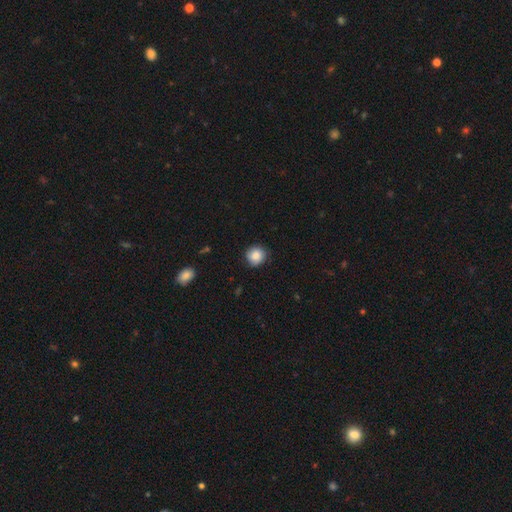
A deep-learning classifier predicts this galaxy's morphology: smooth 84%, star or artifact 8%, featured or disk 7%. Down the decision tree: how rounded — round (91%); merging — none (83%).